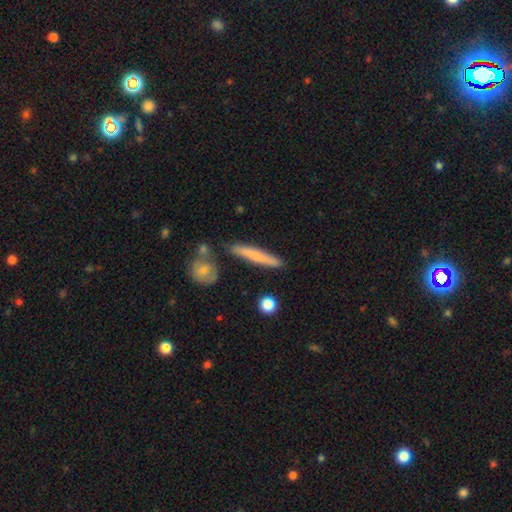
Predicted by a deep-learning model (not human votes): This appears to be a smooth galaxy with no disk features (63%) that is cigar-shaped (93%). Merging: none (81%).